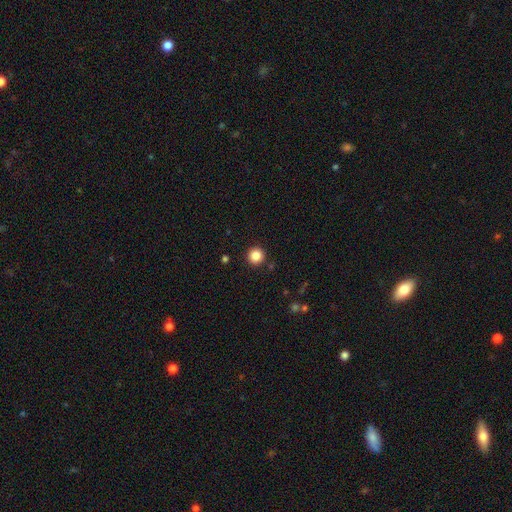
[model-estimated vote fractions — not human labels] smooth_or_featured: smooth (p=0.86) [alt: star or artifact p=0.11]
how_rounded: round (p=0.96) [alt: in between p=0.04]
merging: none (p=0.92) [alt: minor disturbance p=0.05]